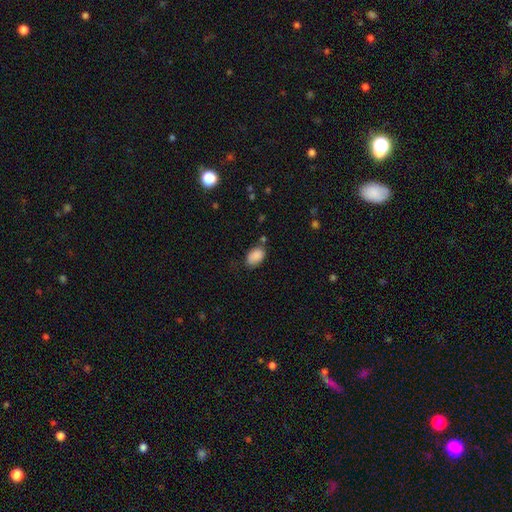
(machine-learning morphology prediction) smooth_or_featured: smooth (p=0.87) [alt: star or artifact p=0.07]
how_rounded: in between (p=0.88) [alt: round p=0.11]
merging: none (p=0.64) [alt: minor disturbance p=0.25]